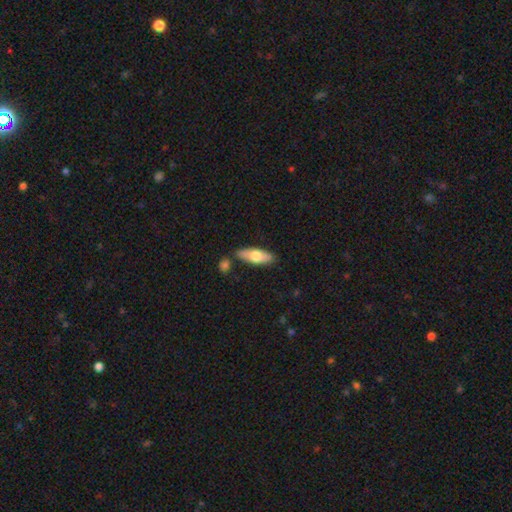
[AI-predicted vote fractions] Overall: smooth (64%; featured or disk 31%). How rounded: in between (67%; cigar-shaped 31%). Merging: none (76%).